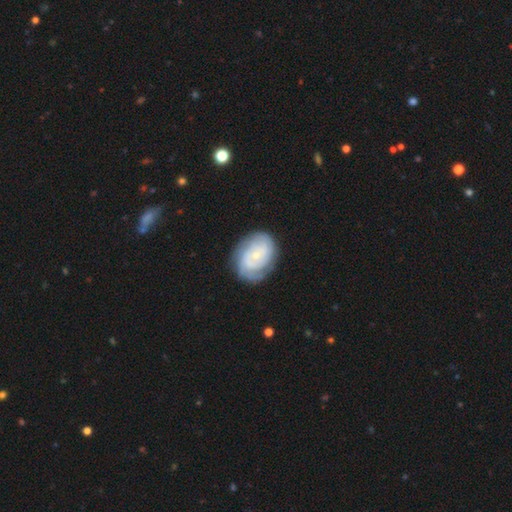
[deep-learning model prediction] Overall: featured or disk (72%). Edge-on disk: no (97%). Bar: no (76%). Spiral arms: yes (88%). Spiral arm count: can't tell (40%; 2 33%). Spiral winding: tight (67%). Bulge size: small (77%). Merging: none (73%).